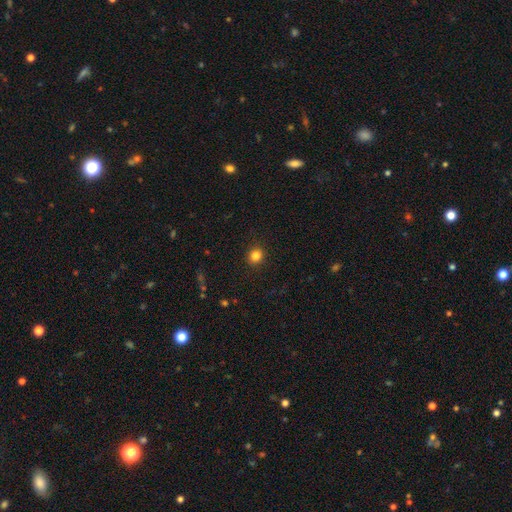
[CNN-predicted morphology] The model was most divided on "smooth or featured": smooth: 83%, star or artifact: 12%, featured or disk: 5%. More confident: merging — none (91%); how rounded — round (85%).